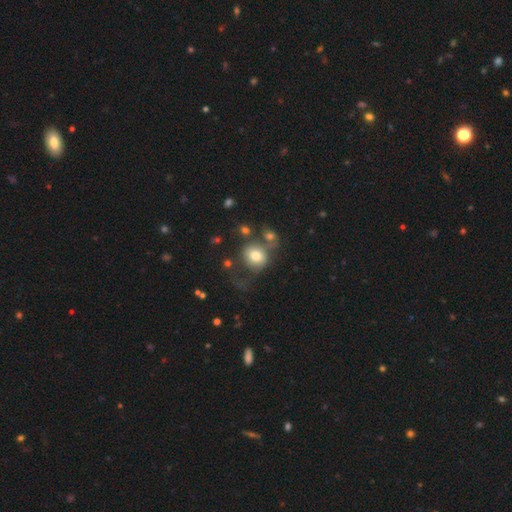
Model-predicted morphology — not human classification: This is likely a smooth galaxy (73%). How rounded: likely round (74%). Merging: marginally none (41%).